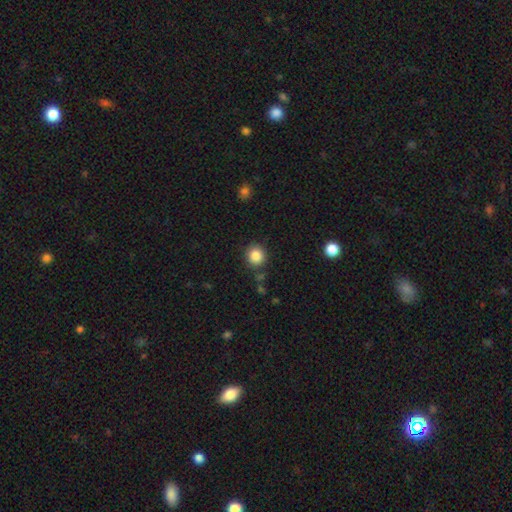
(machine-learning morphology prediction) This appears to be a smooth galaxy with no disk features (86%) that is round (90%). Merging: none (87%).